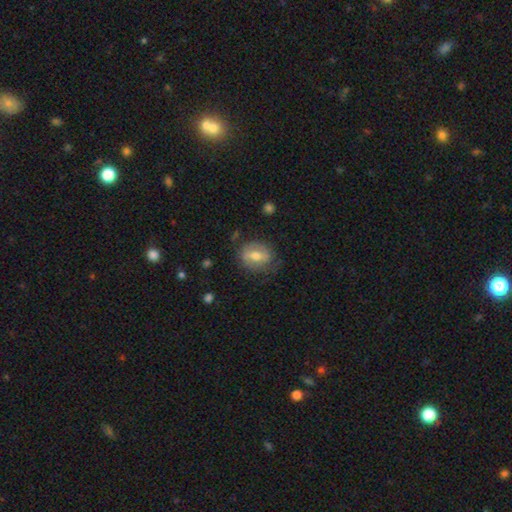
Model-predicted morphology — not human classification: featured or disk 48%, smooth 45%, star or artifact 7%. Down the decision tree: merging — none (70%).